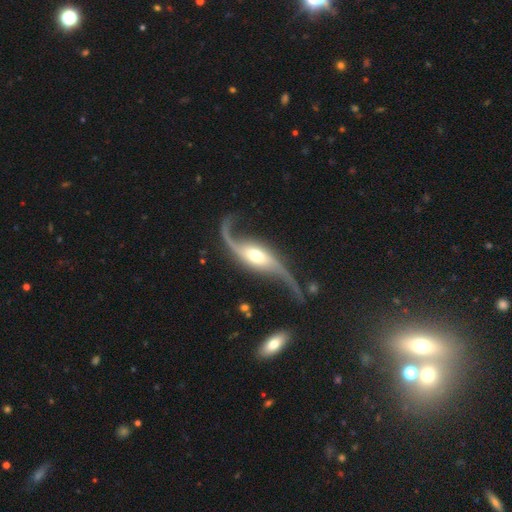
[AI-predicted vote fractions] smooth_or_featured: featured or disk (p=0.88) [alt: smooth p=0.07]
disk_edge_on: no (p=0.89) [alt: yes p=0.11]
bar: no (p=0.46) [alt: weak p=0.31]
has_spiral_arms: yes (p=0.96) [alt: no p=0.04]
spiral_winding: loose (p=0.91) [alt: medium p=0.07]
spiral_arm_count: 2 (p=0.91) [alt: 1 p=0.04]
bulge_size: moderate (p=0.58) [alt: small p=0.22]
merging: none (p=0.57) [alt: major disturbance p=0.19]